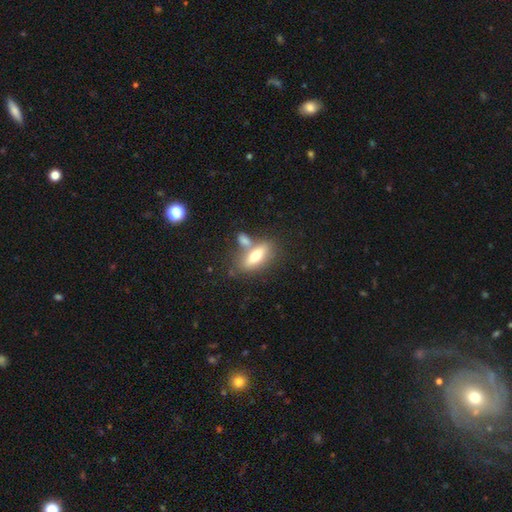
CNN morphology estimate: smooth-or-featured: smooth: 65% | featured or disk: 29% | star or artifact: 7%
  how-rounded: in between: 75% | cigar-shaped: 21% | round: 4%
  merging: none: 56% | merger: 27% | minor disturbance: 12% | major disturbance: 5%